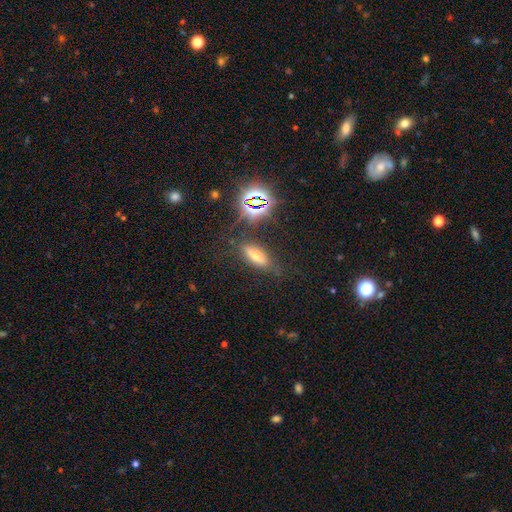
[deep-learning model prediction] Smooth or featured?
  - smooth: 48% *
  - star or artifact: 29%
  - featured or disk: 23%
Merging?
  - none: 74% *
  - minor disturbance: 16%
  - major disturbance: 7%
  - merger: 4%